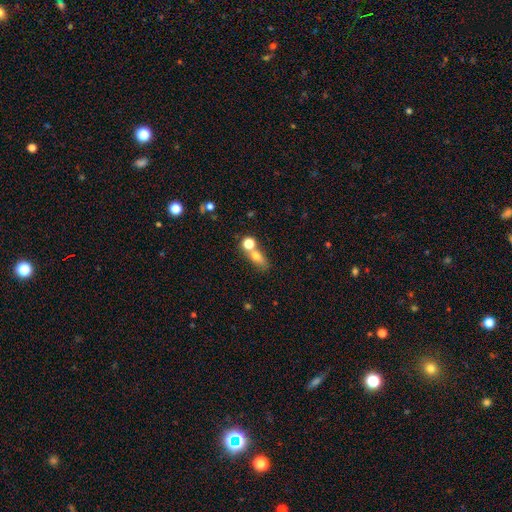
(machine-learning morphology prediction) smooth 69%, featured or disk 17%, star or artifact 14%. Down the decision tree: how rounded — in between (56%); merging — merger (43%).